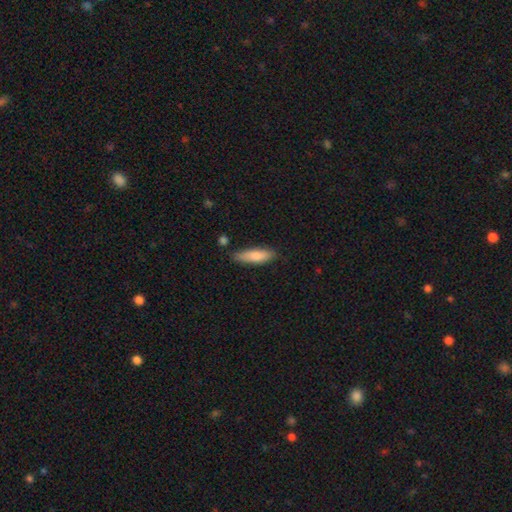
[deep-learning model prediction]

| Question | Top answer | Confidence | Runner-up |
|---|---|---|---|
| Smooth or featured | smooth | 81% | featured or disk (13%) |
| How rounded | cigar-shaped | 58% | in between (41%) |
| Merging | none | 75% | minor disturbance (18%) |